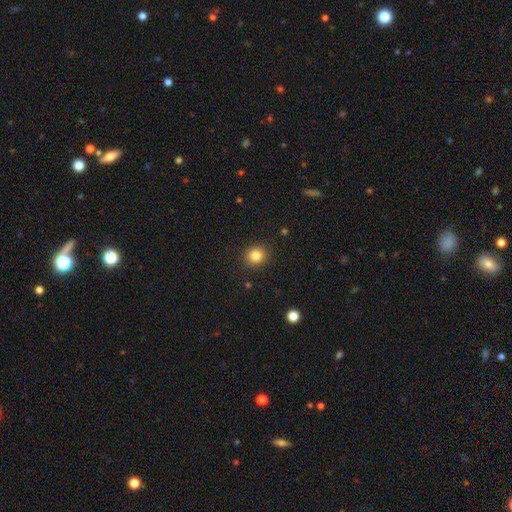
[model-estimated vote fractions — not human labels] Q: Smooth or featured?
A: smooth (84%); runner-up: star or artifact (11%)
Q: How rounded?
A: round (82%); runner-up: in between (18%)
Q: Merging?
A: none (90%); runner-up: minor disturbance (7%)